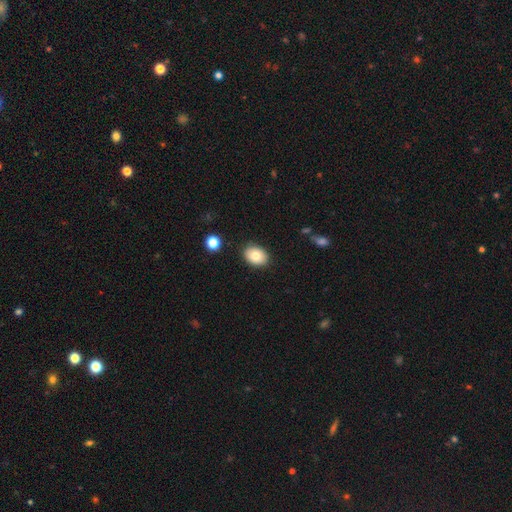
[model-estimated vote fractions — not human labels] smooth_or_featured: smooth (p=0.80) [alt: featured or disk p=0.12]
how_rounded: in between (p=0.71) [alt: round p=0.28]
merging: none (p=0.87) [alt: minor disturbance p=0.09]